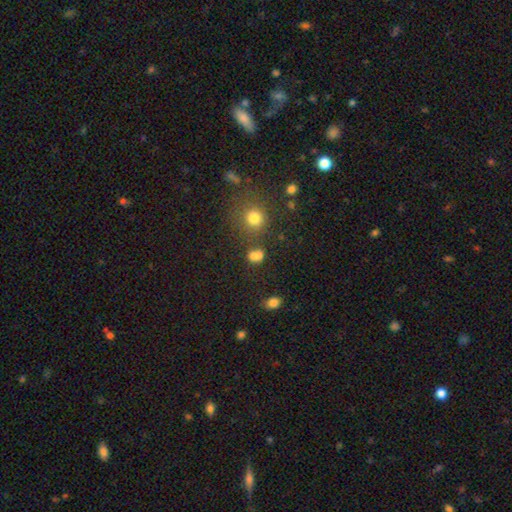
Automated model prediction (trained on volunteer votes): A smooth galaxy with no disk features (72%) that is round (62%).

Vote fractions:
- Smooth or featured? smooth: 72% / star or artifact: 19% / featured or disk: 9%
- How rounded? round: 62% / in between: 36% / cigar-shaped: 2%
- Merging? none: 46% / merger: 36% / minor disturbance: 11% / major disturbance: 6%